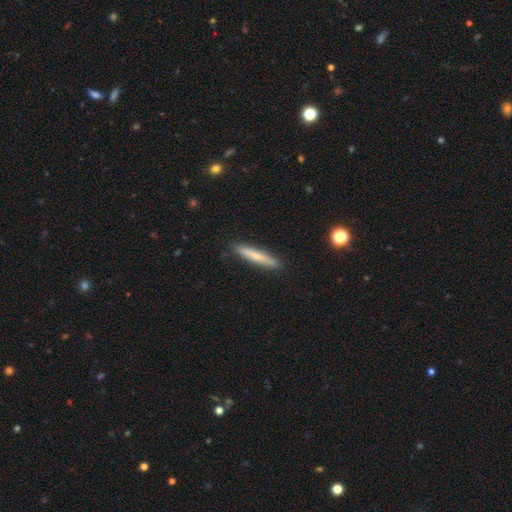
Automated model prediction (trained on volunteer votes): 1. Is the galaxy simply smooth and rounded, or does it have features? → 69% smooth, 25% featured or disk, 6% star or artifact.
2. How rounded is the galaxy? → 93% cigar-shaped, 5% in between, 1% round.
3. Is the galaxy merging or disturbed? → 90% none, 7% minor disturbance, 2% major disturbance, 1% merger.